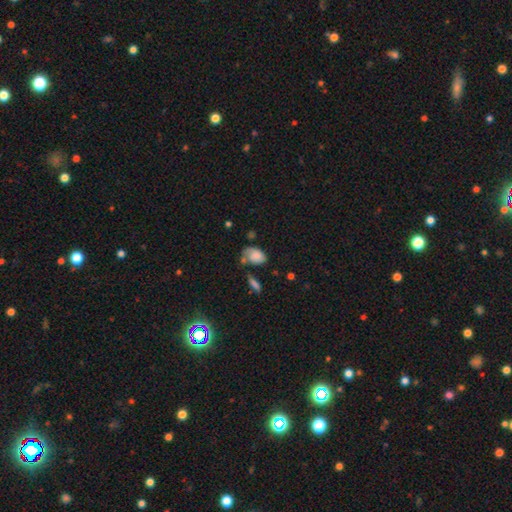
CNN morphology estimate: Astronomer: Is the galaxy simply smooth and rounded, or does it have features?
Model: smooth — 65%.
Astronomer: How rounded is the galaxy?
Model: in between — 83%.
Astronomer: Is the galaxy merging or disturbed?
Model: none — 36% (runner-up: minor disturbance, 30%).